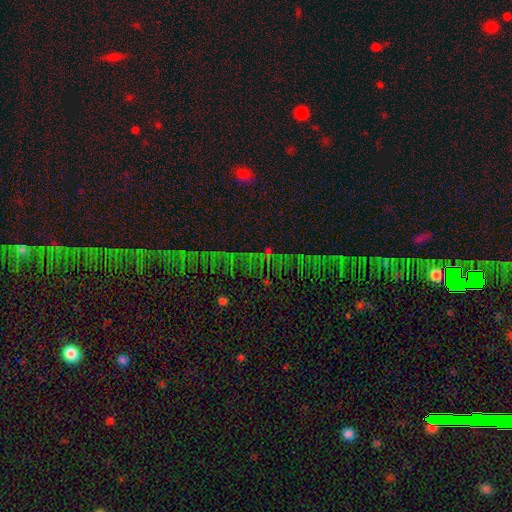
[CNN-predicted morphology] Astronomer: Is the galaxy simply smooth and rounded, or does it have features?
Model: star or artifact — 75%.